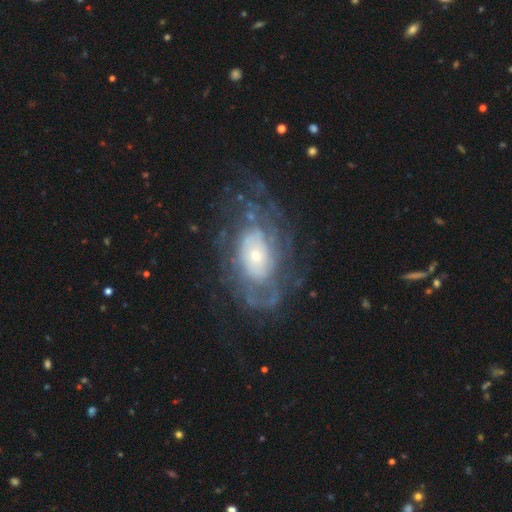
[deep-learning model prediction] This is clearly a featured or disk galaxy (80%). It is clearly not viewed edge-on (95%). Bar: likely no (79%). Spiral arm pattern: clearly yes (83%). Spiral arm count: possibly can't tell (54%). Spiral winding: possibly tight (60%). Central bulge: possibly small (50%). Merging: likely none (63%).